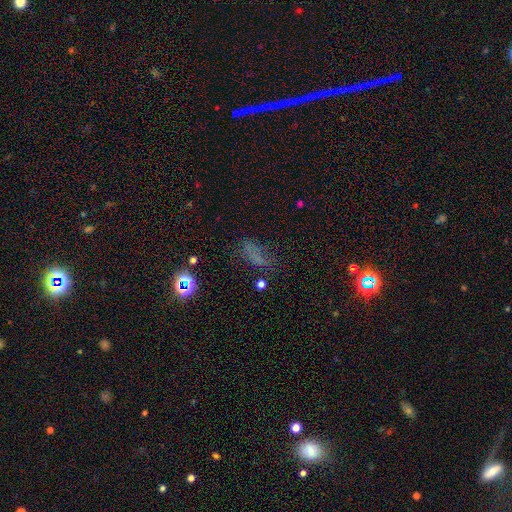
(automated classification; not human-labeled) Morphology: type=smooth (43%); merging=none (50%).